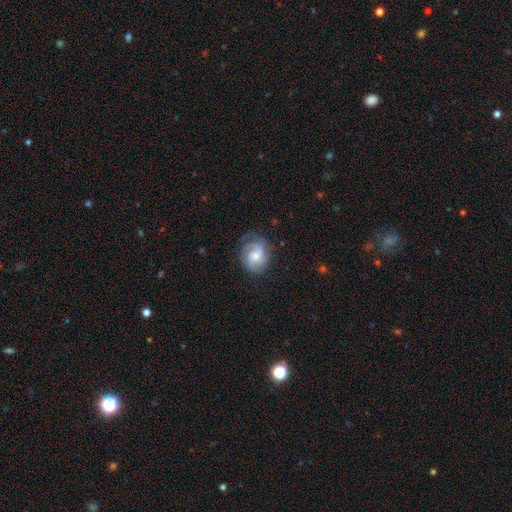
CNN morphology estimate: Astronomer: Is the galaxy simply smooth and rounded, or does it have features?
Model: featured or disk — 72%.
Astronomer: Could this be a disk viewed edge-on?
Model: no — 98%.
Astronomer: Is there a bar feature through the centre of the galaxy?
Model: no — 59% (runner-up: weak, 36%).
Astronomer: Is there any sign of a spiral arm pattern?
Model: yes — 95%.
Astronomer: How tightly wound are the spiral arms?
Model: medium — 44% (runner-up: tight, 40%).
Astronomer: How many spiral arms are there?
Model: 2 — 52%.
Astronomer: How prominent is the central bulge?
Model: moderate — 50% (runner-up: small, 35%).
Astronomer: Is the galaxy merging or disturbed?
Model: none — 70%.